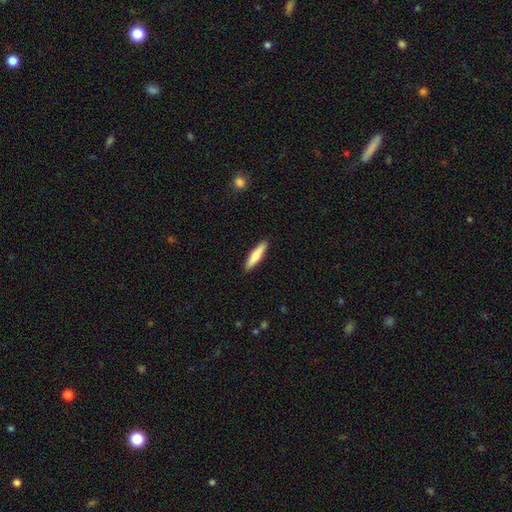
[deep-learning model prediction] smooth-or-featured: smooth: 72% | featured or disk: 23% | star or artifact: 5%
  how-rounded: cigar-shaped: 84% | in between: 15% | round: 1%
  merging: none: 91% | minor disturbance: 7% | major disturbance: 1% | merger: 1%